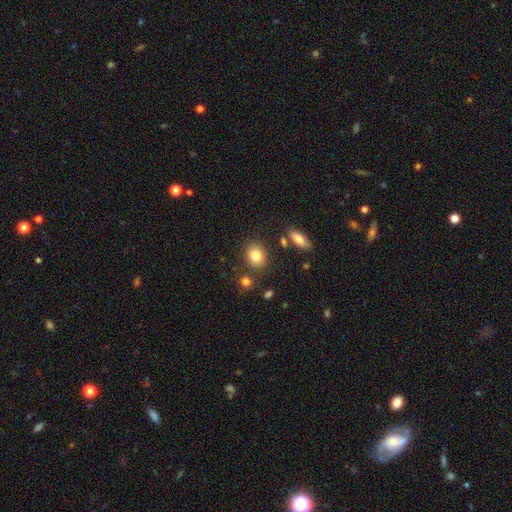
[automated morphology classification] type=smooth (83%); roundness=round (56%); merging=none (81%).